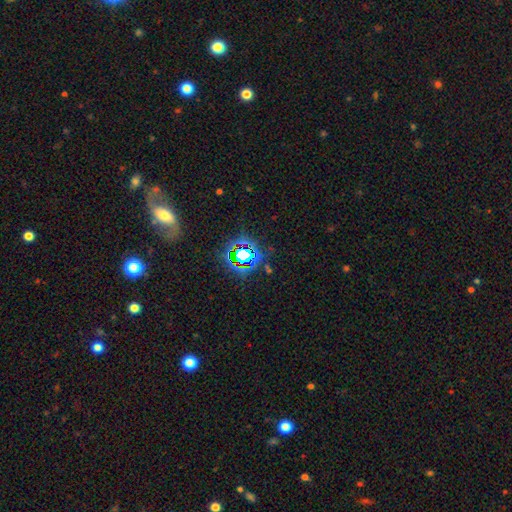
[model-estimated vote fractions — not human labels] Q: Smooth or featured?
A: star or artifact (56%); runner-up: smooth (24%)